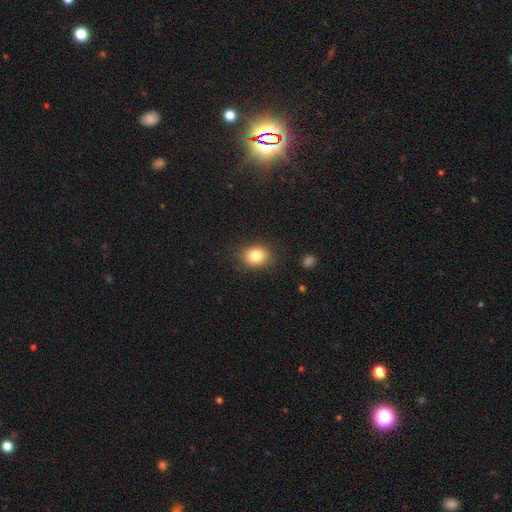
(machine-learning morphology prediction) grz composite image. It shows a smooth galaxy with no disk features (82%) that is in between round and cigar-shaped (52%). Merging: none (84%).